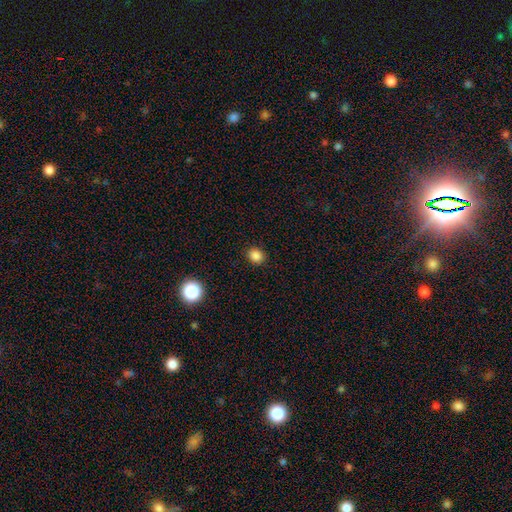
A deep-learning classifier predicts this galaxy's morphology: smooth-or-featured: smooth: 85% | star or artifact: 12% | featured or disk: 3%
  how-rounded: round: 66% | in between: 33% | cigar-shaped: 1%
  merging: none: 90% | minor disturbance: 7% | major disturbance: 2% | merger: 1%